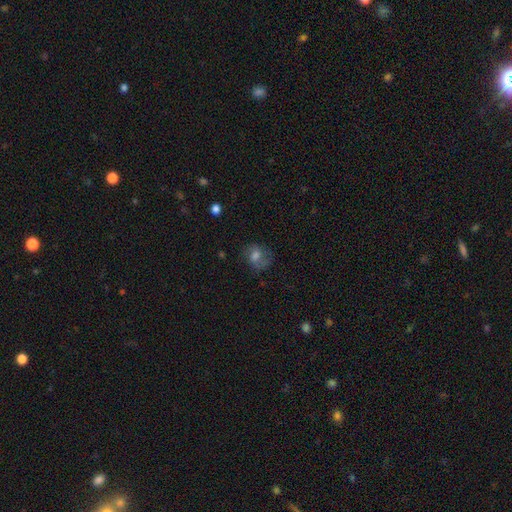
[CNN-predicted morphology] Smooth or featured? smooth (50%)
Merging? none (59%)